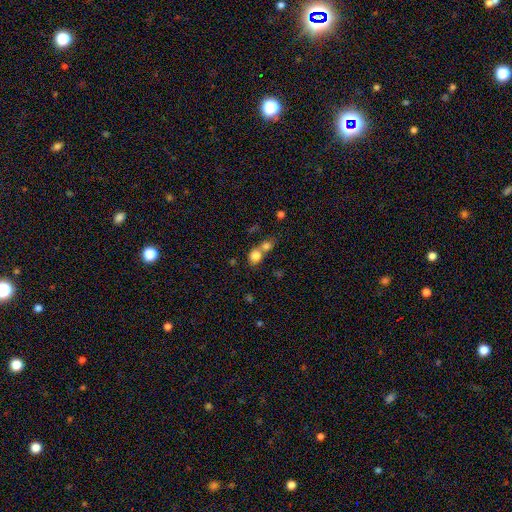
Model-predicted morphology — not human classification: smooth 81%, star or artifact 11%, featured or disk 9%. Down the decision tree: how rounded — round (62%); merging — merger (53%).